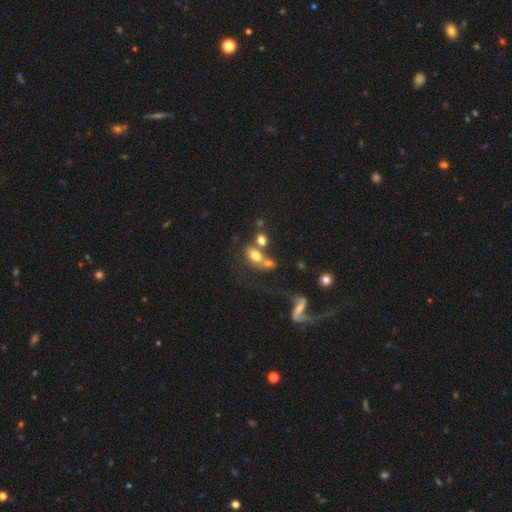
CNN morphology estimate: smooth 70%, featured or disk 18%, star or artifact 12%. Down the decision tree: how rounded — in between (75%); merging — merger (46%).